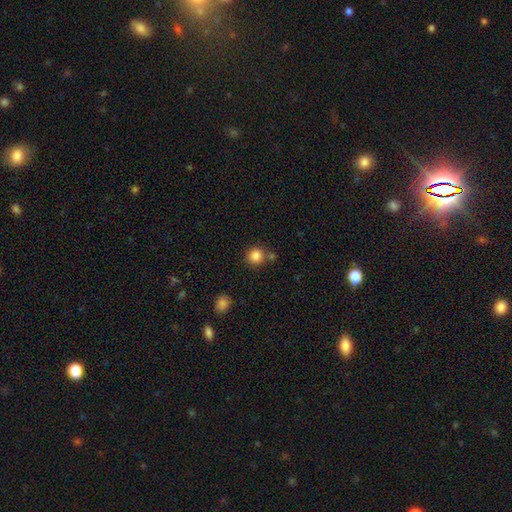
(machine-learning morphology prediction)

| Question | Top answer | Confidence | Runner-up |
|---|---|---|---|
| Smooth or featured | smooth | 85% | star or artifact (11%) |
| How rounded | round | 92% | in between (7%) |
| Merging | none | 75% | merger (13%) |